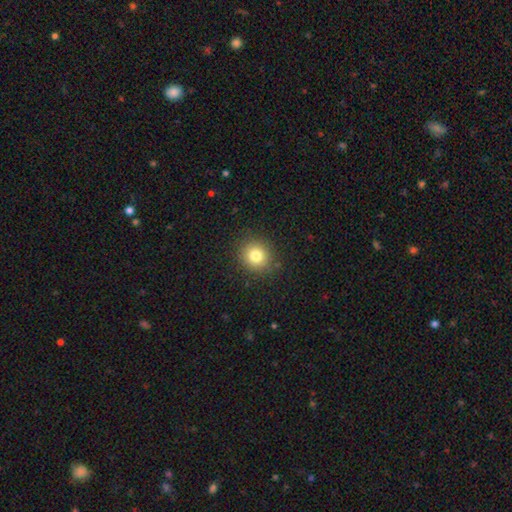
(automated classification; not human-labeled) Smooth or featured: smooth — 80% (star or artifact — 12%)
How rounded: round — 88% (in between — 11%)
Merging: none — 88% (minor disturbance — 8%)